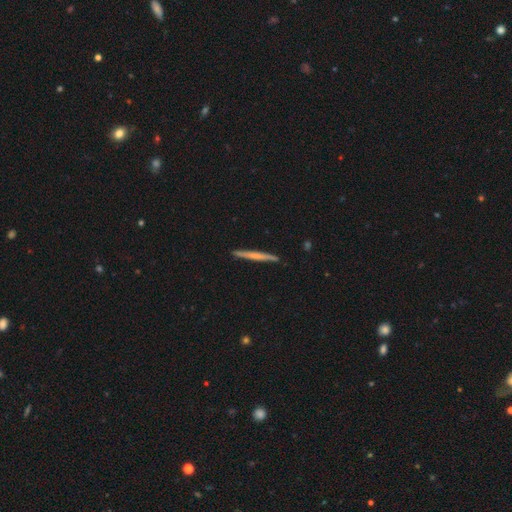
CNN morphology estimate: This is possibly a smooth galaxy (51%). How rounded: clearly cigar-shaped (97%). Merging: clearly none (91%).